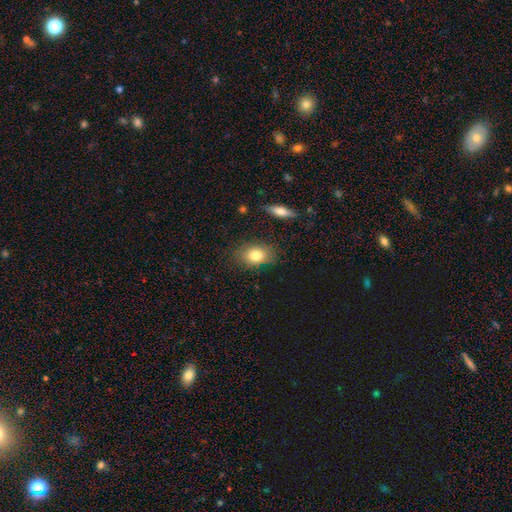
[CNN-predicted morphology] type=smooth (80%); roundness=in between (78%); merging=none (82%).